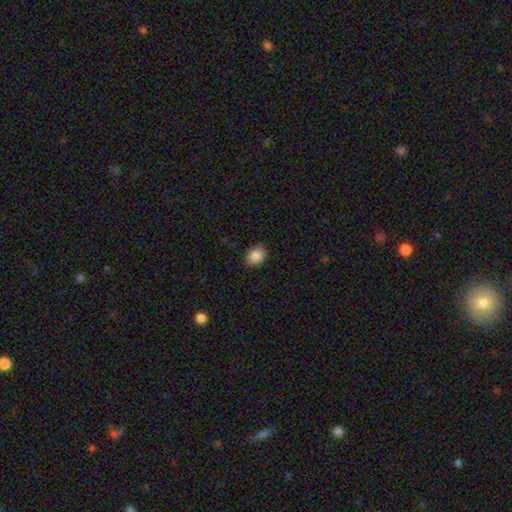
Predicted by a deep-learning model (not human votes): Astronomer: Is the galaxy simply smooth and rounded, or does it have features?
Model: smooth — 87%.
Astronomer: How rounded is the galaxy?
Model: in between — 61% (runner-up: round, 38%).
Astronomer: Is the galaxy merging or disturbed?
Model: none — 85%.